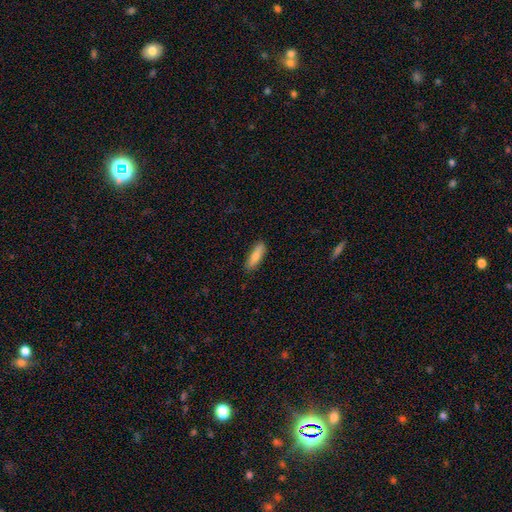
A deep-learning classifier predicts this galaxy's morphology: Smooth or featured?
  - smooth: 79% *
  - featured or disk: 15%
  - star or artifact: 6%
How rounded?
  - cigar-shaped: 56% *
  - in between: 42%
  - round: 2%
Merging?
  - none: 86% *
  - minor disturbance: 11%
  - major disturbance: 2%
  - merger: 1%